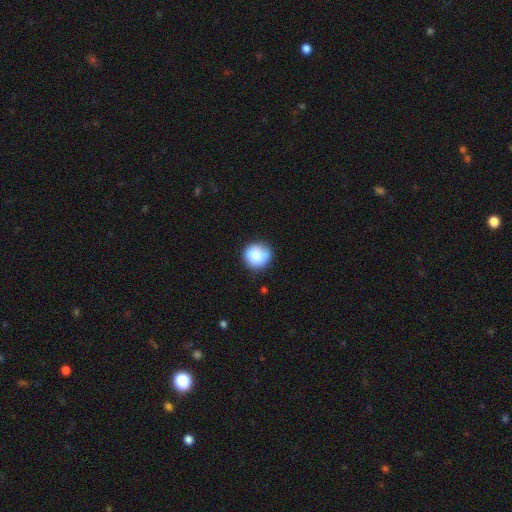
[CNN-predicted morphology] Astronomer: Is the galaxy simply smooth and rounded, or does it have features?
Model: smooth — 82%.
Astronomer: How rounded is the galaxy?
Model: round — 90%.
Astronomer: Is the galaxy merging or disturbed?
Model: none — 73%.